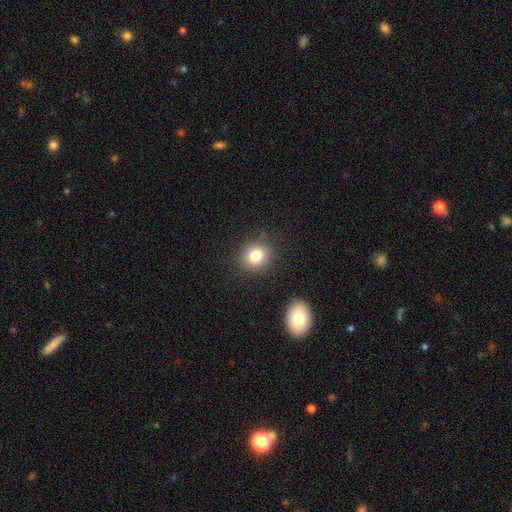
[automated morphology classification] Smooth or featured? smooth (81%)
How rounded? round (77%)
Merging? none (85%)